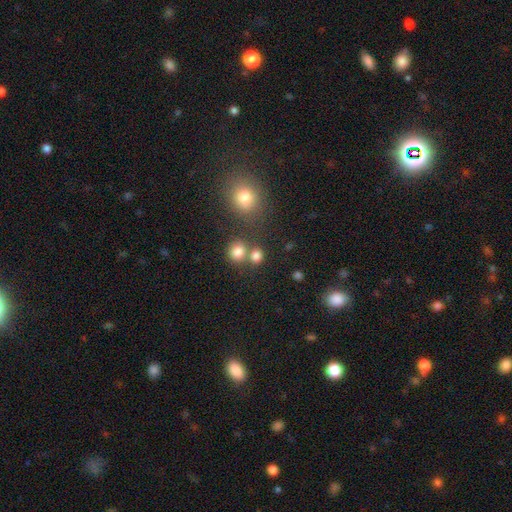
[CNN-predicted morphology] Q: Smooth or featured?
A: smooth (79%); runner-up: star or artifact (14%)
Q: How rounded?
A: round (79%); runner-up: in between (20%)
Q: Merging?
A: none (61%); runner-up: merger (28%)